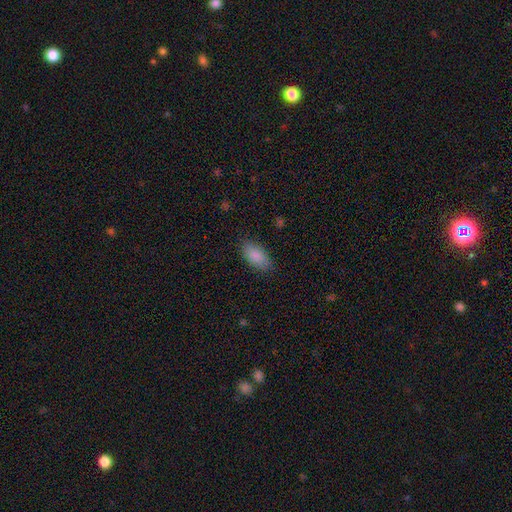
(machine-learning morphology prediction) Overall: smooth (87%). How rounded: in between (92%). Merging: none (85%).